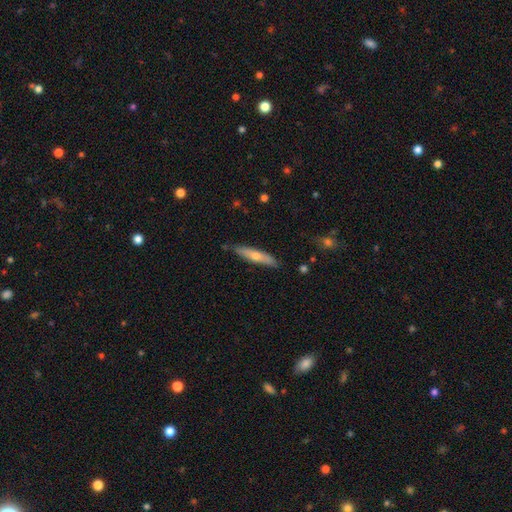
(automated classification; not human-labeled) Smooth or featured?
  - smooth: 51% *
  - featured or disk: 43%
  - star or artifact: 6%
How rounded?
  - cigar-shaped: 86% *
  - in between: 12%
  - round: 2%
Merging?
  - none: 85% *
  - minor disturbance: 11%
  - major disturbance: 2%
  - merger: 2%